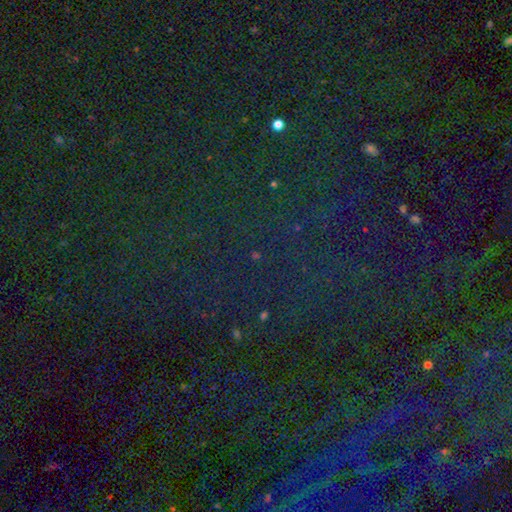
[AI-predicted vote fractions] Morphology: type=star or artifact (79%).